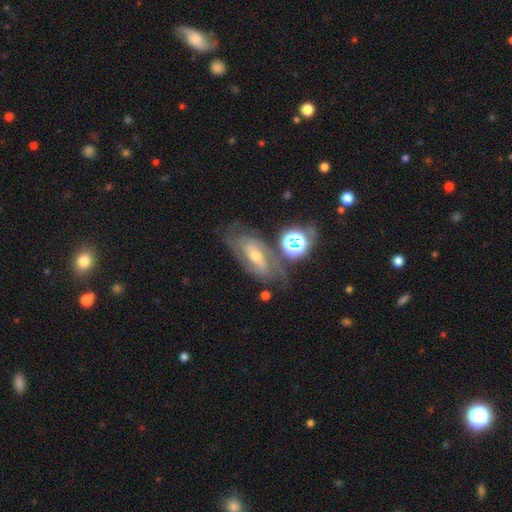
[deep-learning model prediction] This is likely a featured or disk galaxy (73%). It is clearly not viewed edge-on (92%). Bar: marginally no (42%). Spiral arm pattern: clearly yes (89%). Spiral arm count: possibly 2 (53%). Spiral winding: possibly tight (47%). Central bulge: possibly small (49%). Merging: likely none (64%).